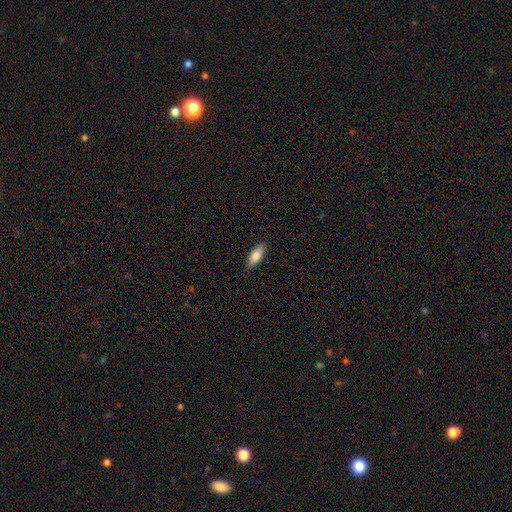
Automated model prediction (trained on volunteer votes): The model was most divided on "how rounded": in between: 66%, cigar-shaped: 32%, round: 2%. More confident: merging — none (87%); smooth or featured — smooth (80%).